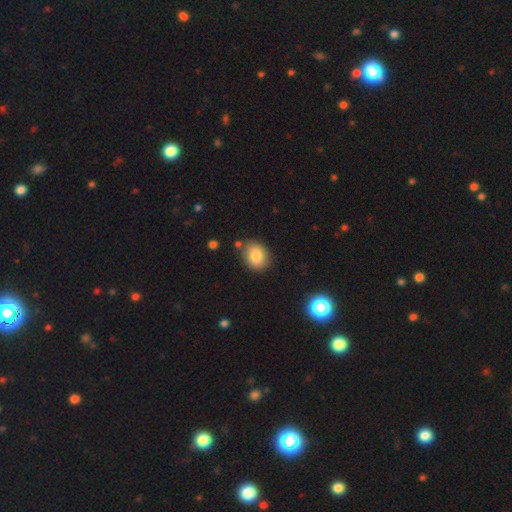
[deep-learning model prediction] A smooth galaxy with no disk features (83%) that is round (56%).

Vote fractions:
- Smooth or featured? smooth: 83% / star or artifact: 9% / featured or disk: 8%
- How rounded? round: 56% / in between: 43% / cigar-shaped: 1%
- Merging? none: 83% / minor disturbance: 11% / merger: 4% / major disturbance: 3%